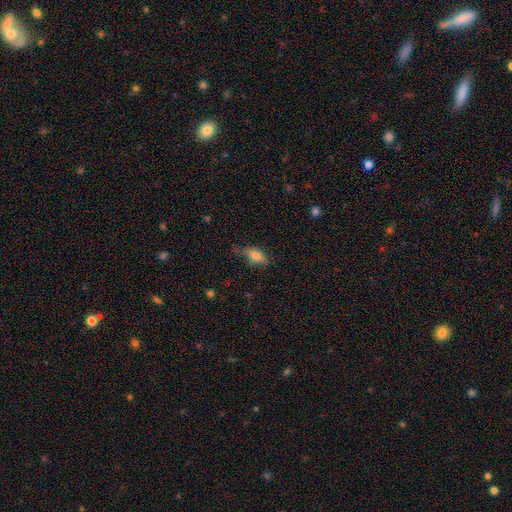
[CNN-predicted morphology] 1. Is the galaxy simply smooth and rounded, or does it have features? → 77% smooth, 15% featured or disk, 8% star or artifact.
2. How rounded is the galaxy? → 83% in between, 13% cigar-shaped, 4% round.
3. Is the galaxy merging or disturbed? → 62% none, 28% minor disturbance, 8% major disturbance, 2% merger.